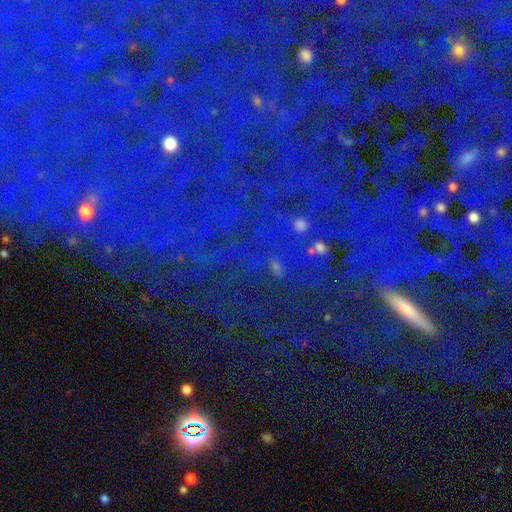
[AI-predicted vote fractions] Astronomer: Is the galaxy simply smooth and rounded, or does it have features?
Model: star or artifact — 75%.